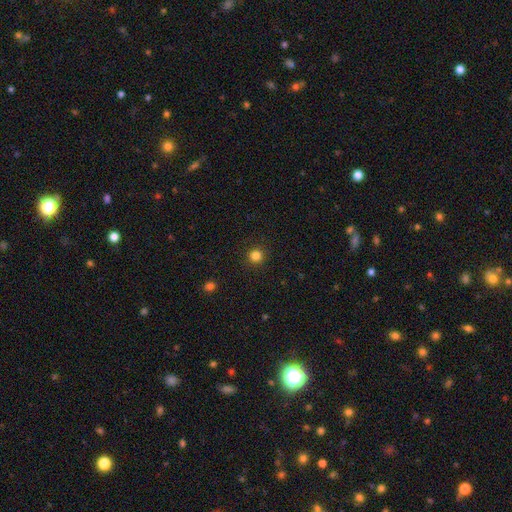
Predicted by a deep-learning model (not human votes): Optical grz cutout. It shows a smooth galaxy with no disk features (83%) that is round (94%). Merging: none (92%).